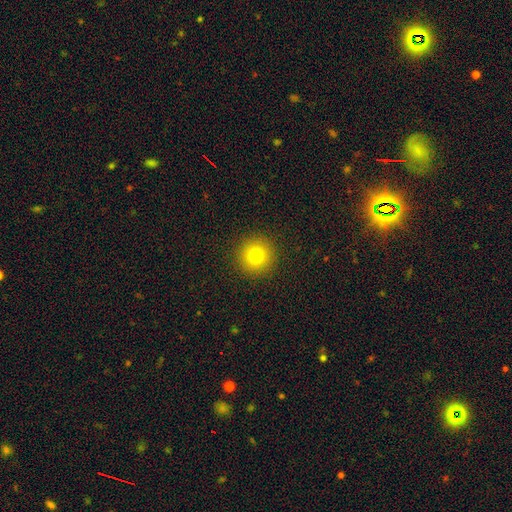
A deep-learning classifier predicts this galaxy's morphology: This appears to be a smooth galaxy with no disk features (79%) that is round (96%). Merging: none (92%).